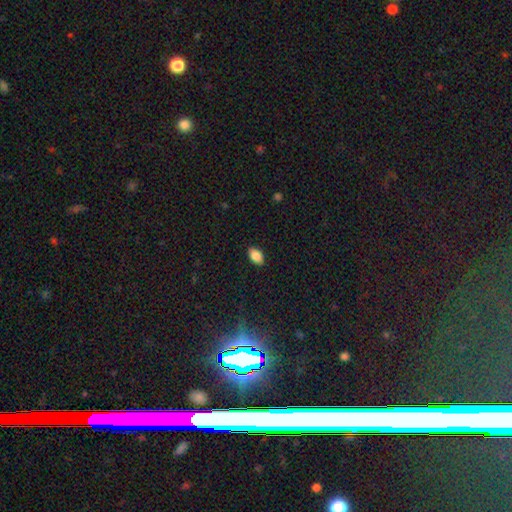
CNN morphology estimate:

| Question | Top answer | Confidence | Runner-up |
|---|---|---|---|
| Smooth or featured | smooth | 86% | star or artifact (8%) |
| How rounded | in between | 91% | round (7%) |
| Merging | none | 88% | minor disturbance (9%) |